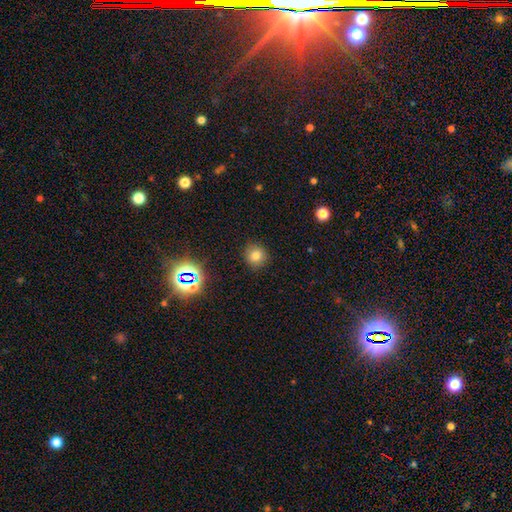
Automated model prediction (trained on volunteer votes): Smooth or featured?
  - smooth: 77% *
  - star or artifact: 16%
  - featured or disk: 7%
How rounded?
  - round: 89% *
  - in between: 10%
  - cigar-shaped: 1%
Merging?
  - none: 88% *
  - minor disturbance: 8%
  - major disturbance: 2%
  - merger: 1%